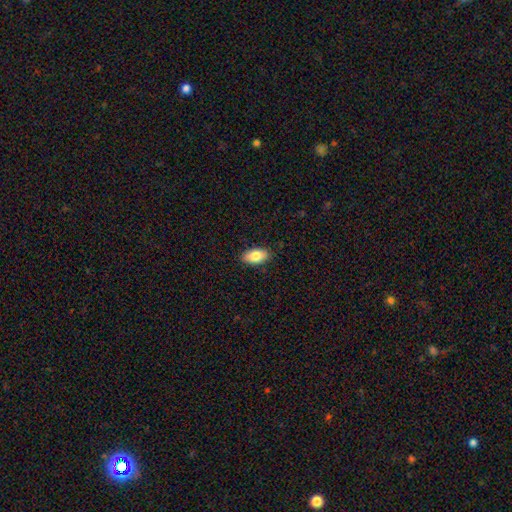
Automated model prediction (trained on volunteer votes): Q: Smooth or featured?
A: smooth (82%); runner-up: featured or disk (11%)
Q: How rounded?
A: in between (93%); runner-up: round (4%)
Q: Merging?
A: none (88%); runner-up: minor disturbance (9%)